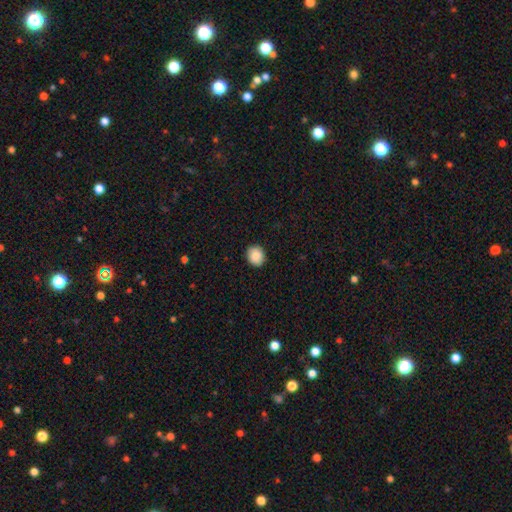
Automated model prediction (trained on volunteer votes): Q: Smooth or featured?
A: smooth (87%); runner-up: star or artifact (8%)
Q: How rounded?
A: round (77%); runner-up: in between (23%)
Q: Merging?
A: none (90%); runner-up: minor disturbance (7%)